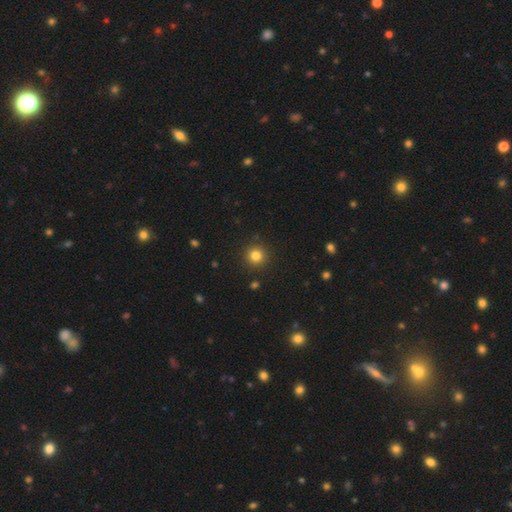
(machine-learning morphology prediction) type=smooth (82%); roundness=round (95%); merging=none (91%).